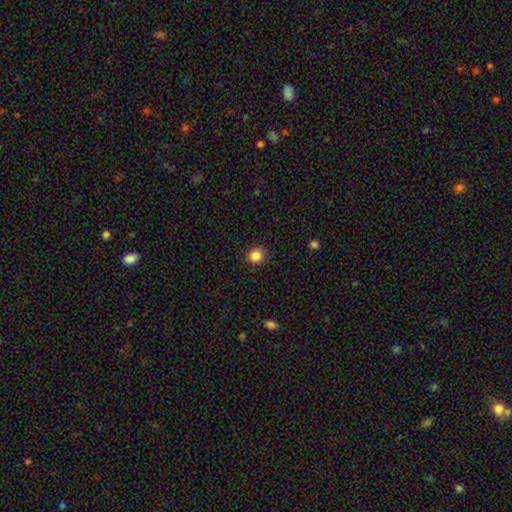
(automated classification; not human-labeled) Smooth or featured? smooth (85%)
How rounded? round (88%)
Merging? none (91%)